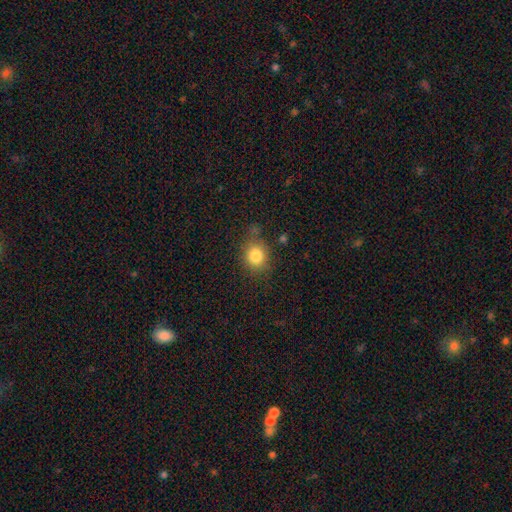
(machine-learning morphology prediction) This is clearly a smooth galaxy (82%). How rounded: likely round (69%). Merging: likely none (74%).